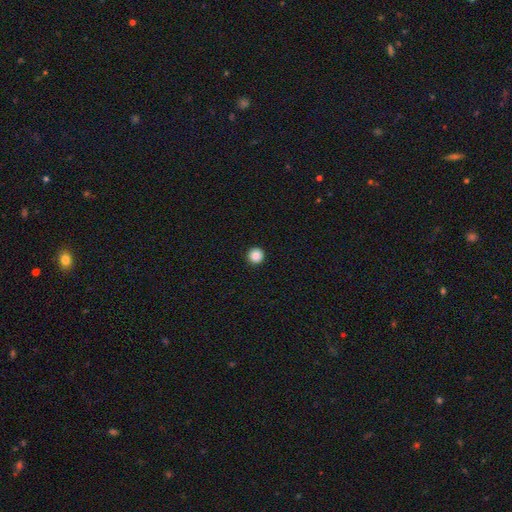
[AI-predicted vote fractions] Overall: smooth (87%). How rounded: round (96%). Merging: none (94%).